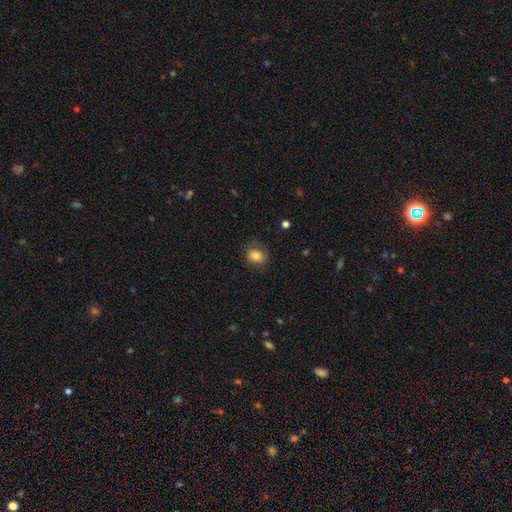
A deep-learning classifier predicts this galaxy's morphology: The model was most divided on "how rounded": round: 51%, in between: 48%, cigar-shaped: 1%. More confident: smooth or featured — smooth (82%); merging — none (75%).